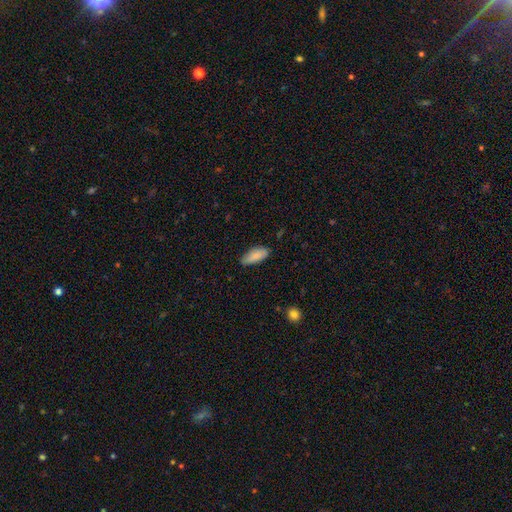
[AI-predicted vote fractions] Smooth or featured? Predicted: smooth (p=0.86). How rounded? Predicted: in between (p=0.79). Merging? Predicted: none (p=0.74).